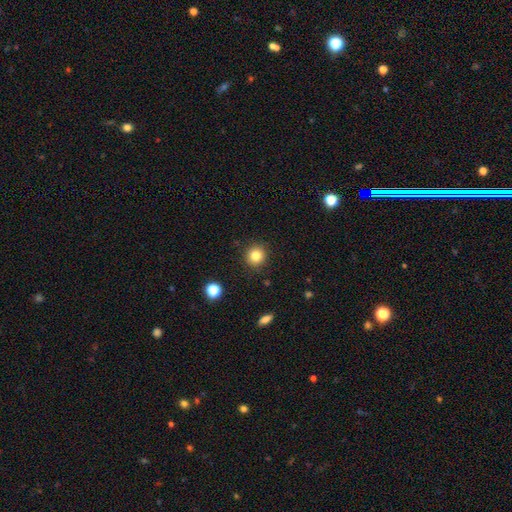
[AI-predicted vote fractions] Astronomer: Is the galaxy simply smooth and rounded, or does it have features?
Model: smooth — 82%.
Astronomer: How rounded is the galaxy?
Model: round — 93%.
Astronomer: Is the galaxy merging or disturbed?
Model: none — 91%.